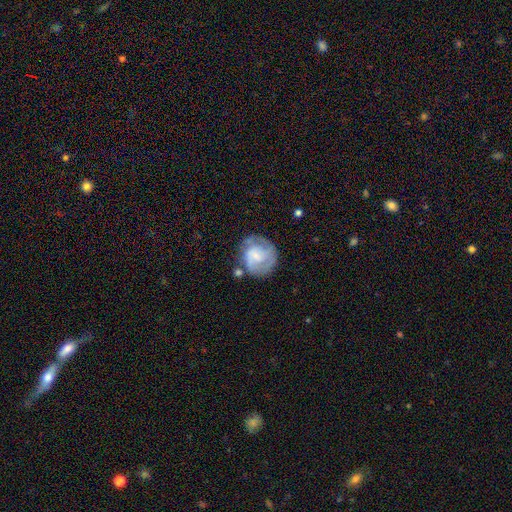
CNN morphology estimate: featured or disk 59%, smooth 34%, star or artifact 7%. Down the decision tree: edge-on disk — no (98%); bar — no (56%); spiral arms — yes (77%); bulge size — small (43%); merging — none (58%).